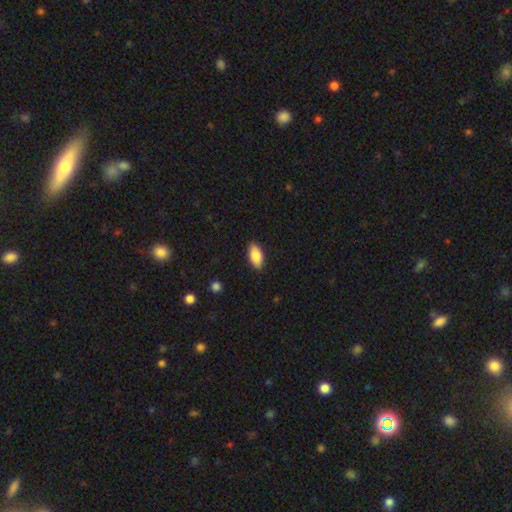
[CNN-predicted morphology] Overall: smooth (87%). How rounded: in between (91%). Merging: none (89%).